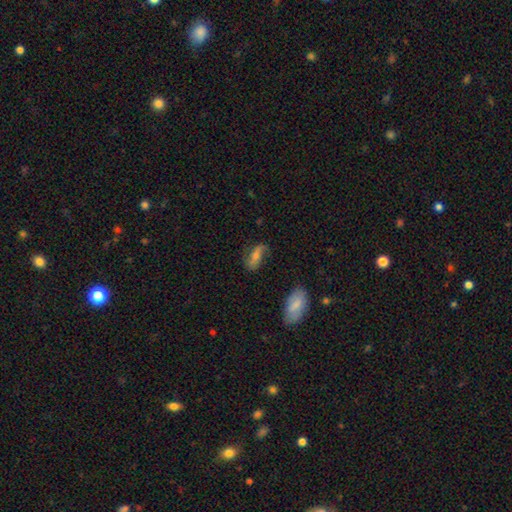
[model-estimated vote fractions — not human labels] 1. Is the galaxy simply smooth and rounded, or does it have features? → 58% featured or disk, 32% smooth, 10% star or artifact.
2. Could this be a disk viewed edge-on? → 91% no, 9% yes.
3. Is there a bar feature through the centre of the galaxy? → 40% no, 36% weak, 24% strong.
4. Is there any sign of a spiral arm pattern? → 86% yes, 14% no.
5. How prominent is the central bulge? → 46% moderate, 41% small, 7% none, 5% large, 2% dominant.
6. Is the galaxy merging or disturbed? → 68% none, 20% minor disturbance, 9% major disturbance, 2% merger.